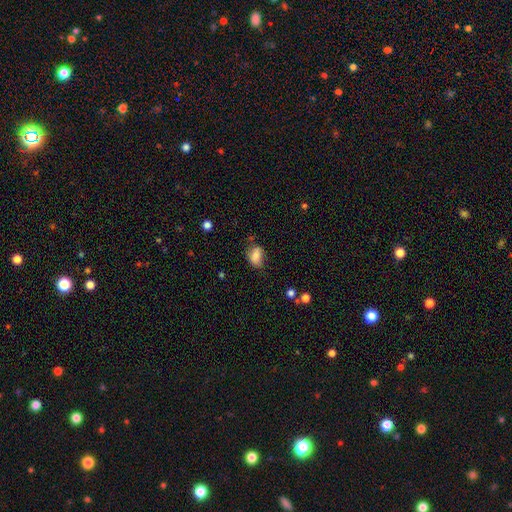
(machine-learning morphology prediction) A smooth galaxy with no disk features (80%) that is in between round and cigar-shaped (82%).

Vote fractions:
- Smooth or featured? smooth: 80% / featured or disk: 11% / star or artifact: 9%
- How rounded? in between: 82% / round: 16% / cigar-shaped: 2%
- Merging? none: 61% / minor disturbance: 29% / major disturbance: 8% / merger: 3%